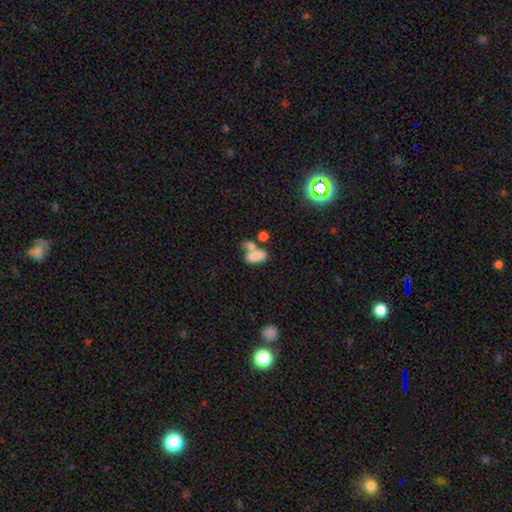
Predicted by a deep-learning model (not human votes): Q: Smooth or featured?
A: smooth (77%); runner-up: featured or disk (13%)
Q: How rounded?
A: in between (87%); runner-up: cigar-shaped (8%)
Q: Merging?
A: merger (51%); runner-up: none (28%)